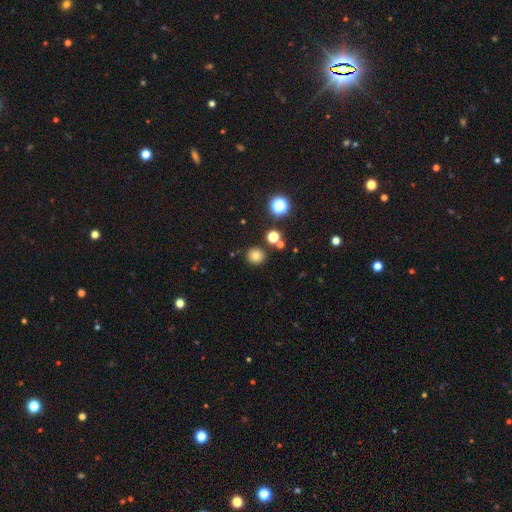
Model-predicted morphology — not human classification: This appears to be a smooth galaxy with no disk features (78%) that is round (92%). Merging: none (86%).